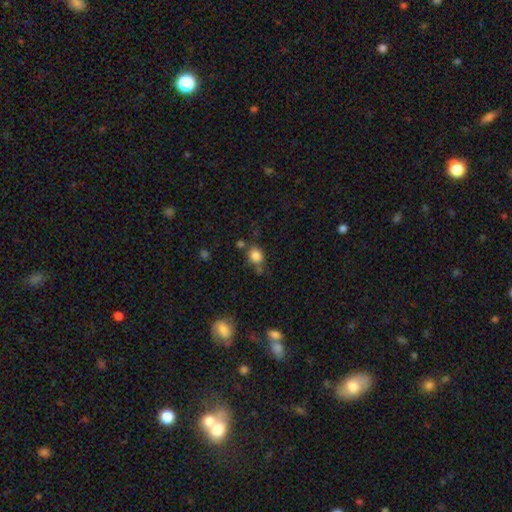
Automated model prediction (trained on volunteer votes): smooth_or_featured: smooth (p=0.83) [alt: star or artifact p=0.11]
how_rounded: round (p=0.54) [alt: in between p=0.44]
merging: none (p=0.62) [alt: minor disturbance p=0.19]